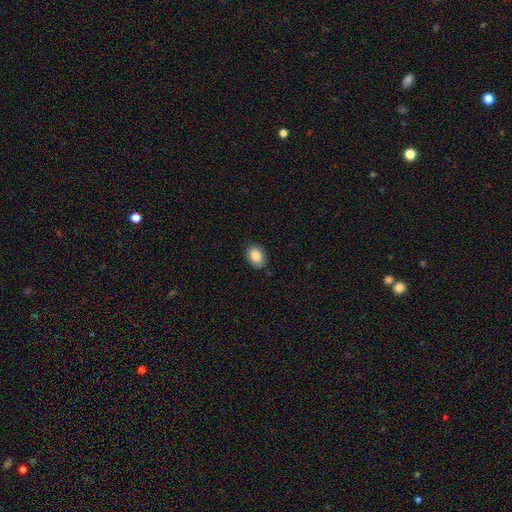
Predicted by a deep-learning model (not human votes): Smooth or featured?
  - smooth: 87% *
  - star or artifact: 7%
  - featured or disk: 6%
How rounded?
  - in between: 80% *
  - round: 18%
  - cigar-shaped: 1%
Merging?
  - none: 84% *
  - minor disturbance: 13%
  - major disturbance: 2%
  - merger: 1%